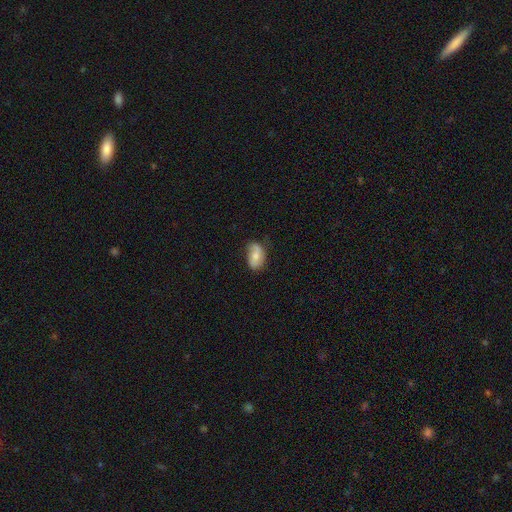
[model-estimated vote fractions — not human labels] A smooth galaxy with no disk features (67%) that is in between round and cigar-shaped (91%).

Vote fractions:
- Smooth or featured? smooth: 67% / featured or disk: 26% / star or artifact: 7%
- How rounded? in between: 91% / round: 8% / cigar-shaped: 2%
- Merging? none: 56% / minor disturbance: 33% / major disturbance: 9% / merger: 2%